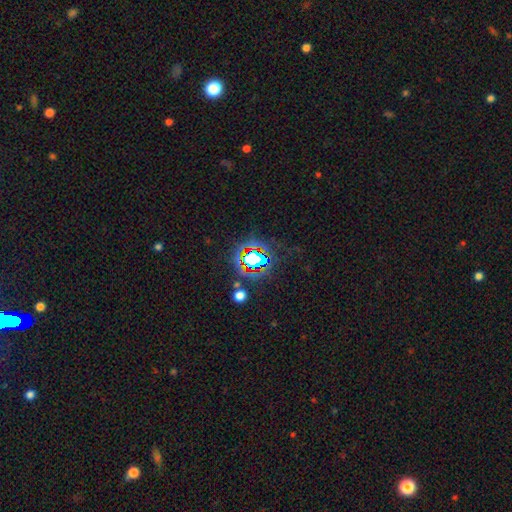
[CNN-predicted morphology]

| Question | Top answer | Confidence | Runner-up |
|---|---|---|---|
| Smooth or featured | star or artifact | 66% | smooth (20%) |